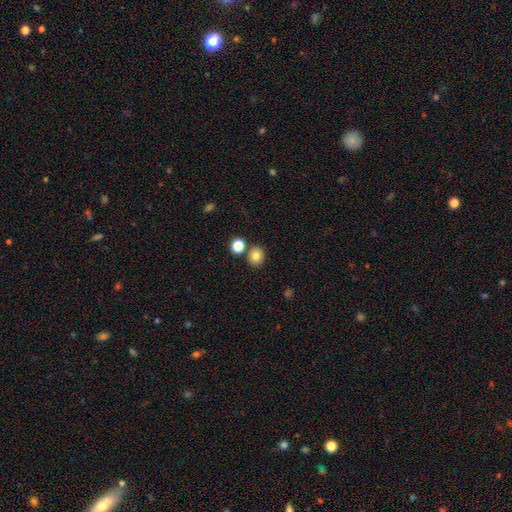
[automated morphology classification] This appears to be a smooth galaxy with no disk features (81%) that is round (77%). Merging: none (79%).